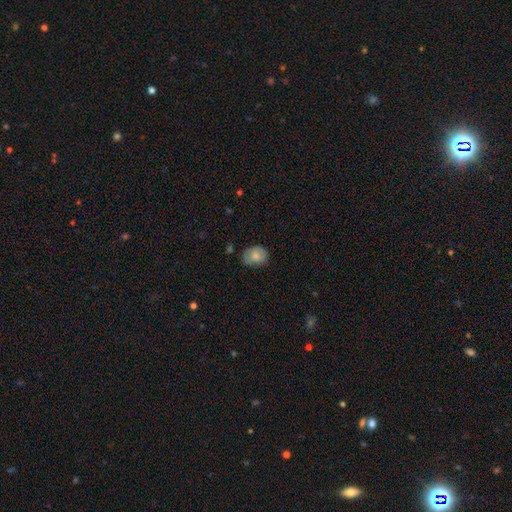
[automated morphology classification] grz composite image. It shows a smooth galaxy with no disk features (78%) that is in between round and cigar-shaped (62%). Merging: none (65%).